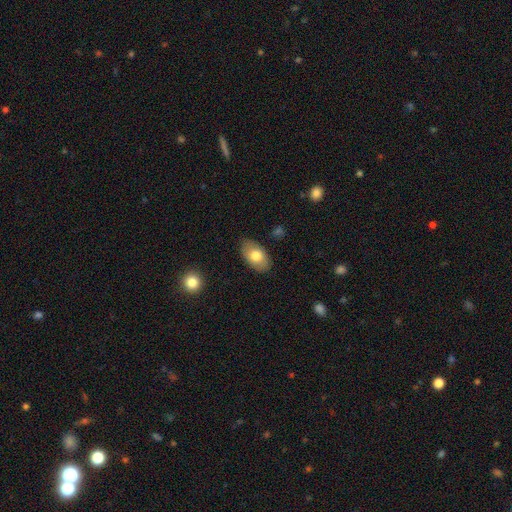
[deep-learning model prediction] A smooth galaxy with no disk features (75%) that is in between round and cigar-shaped (92%). Merging: none (85%).